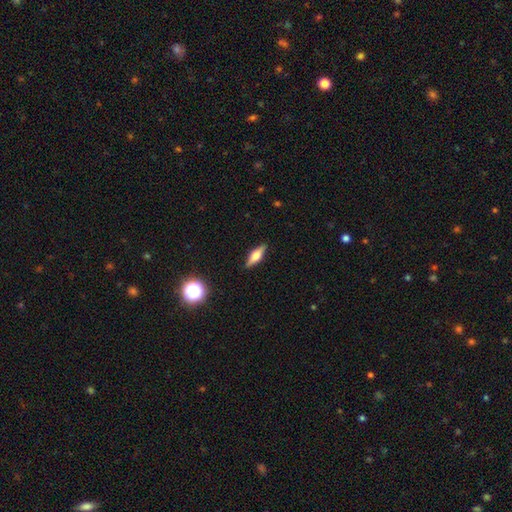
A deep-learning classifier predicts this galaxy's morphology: type=featured or disk (53%); edge-on=yes (94%); merging=none (89%).